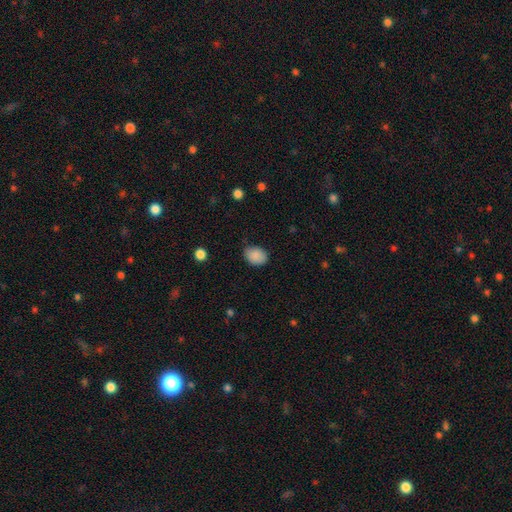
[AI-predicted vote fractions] This appears to be a smooth galaxy with no disk features (88%) that is in between round and cigar-shaped (65%). Merging: none (78%).